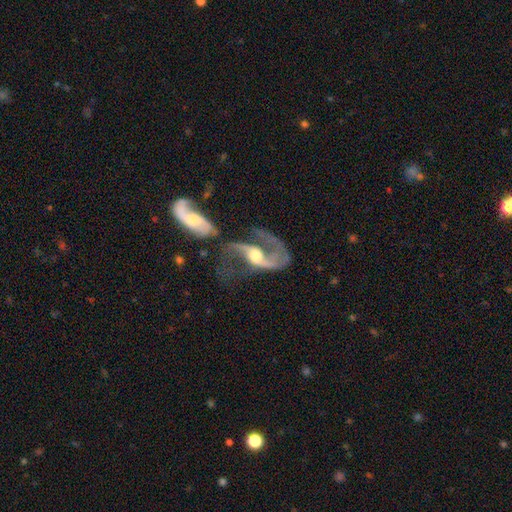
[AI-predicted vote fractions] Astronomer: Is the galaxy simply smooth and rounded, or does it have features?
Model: featured or disk — 89%.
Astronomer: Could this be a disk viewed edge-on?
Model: no — 96%.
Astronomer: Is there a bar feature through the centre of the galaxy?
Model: no — 42% (runner-up: weak, 36%).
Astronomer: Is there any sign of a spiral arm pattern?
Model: yes — 95%.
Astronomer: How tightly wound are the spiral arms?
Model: loose — 68%.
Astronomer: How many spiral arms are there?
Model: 2 — 88%.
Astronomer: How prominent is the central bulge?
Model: moderate — 66%.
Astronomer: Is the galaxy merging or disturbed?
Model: none — 37% (runner-up: major disturbance, 27%).